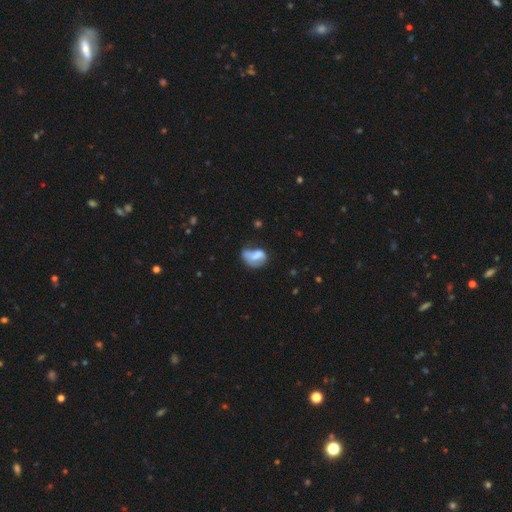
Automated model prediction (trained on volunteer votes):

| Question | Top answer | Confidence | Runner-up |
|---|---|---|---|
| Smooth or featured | smooth | 58% | featured or disk (32%) |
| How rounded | in between | 76% | round (22%) |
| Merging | major disturbance | 32% | minor disturbance (29%) |